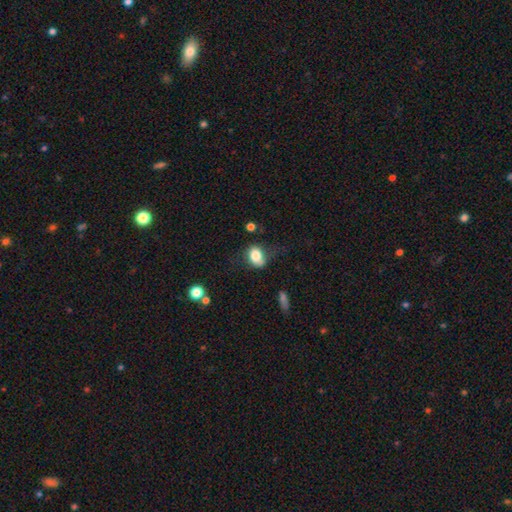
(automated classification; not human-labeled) Smooth or featured?
  - smooth: 80% *
  - featured or disk: 11%
  - star or artifact: 9%
How rounded?
  - in between: 65% *
  - round: 34%
  - cigar-shaped: 1%
Merging?
  - none: 45% *
  - minor disturbance: 32%
  - major disturbance: 19%
  - merger: 4%